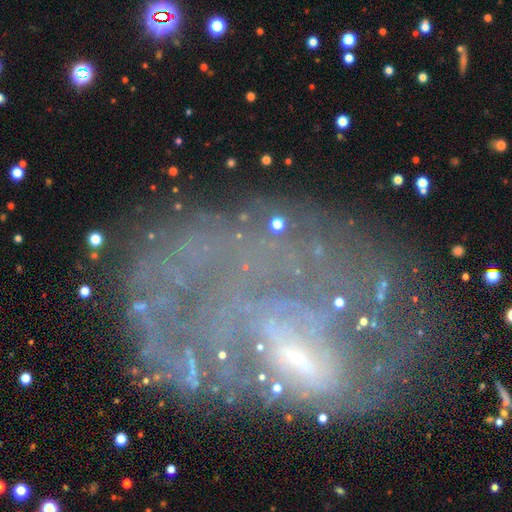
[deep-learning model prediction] The model was most divided on "spiral arms": yes: 54%, no: 46%. Remaining: edge-on disk — no (95%); smooth or featured — featured or disk (70%); bar — no (47%); merging — none (45%); bulge size — small (43%).